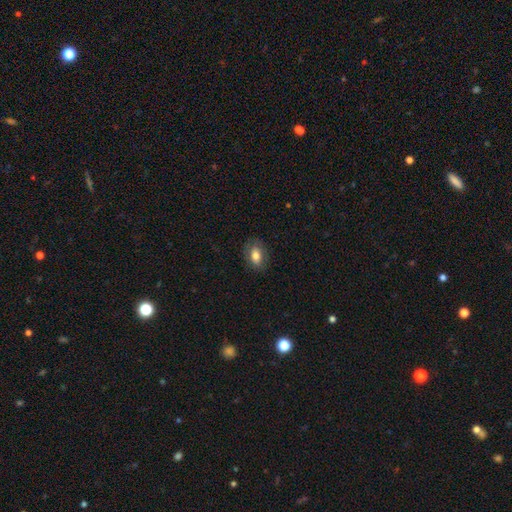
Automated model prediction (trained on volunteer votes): Smooth or featured? smooth (76%)
How rounded? in between (85%)
Merging? none (82%)